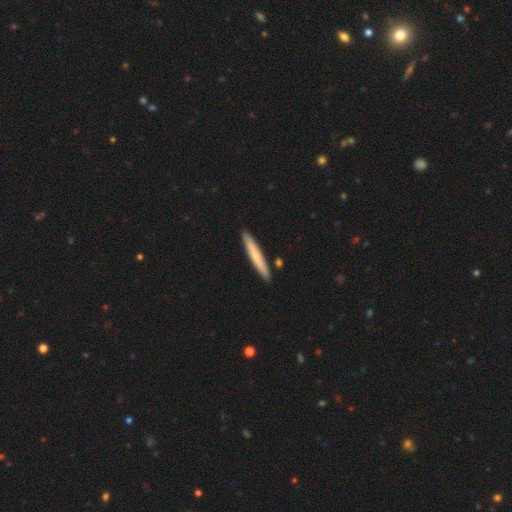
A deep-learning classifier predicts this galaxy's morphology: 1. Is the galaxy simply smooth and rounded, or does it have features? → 68% smooth, 27% featured or disk, 5% star or artifact.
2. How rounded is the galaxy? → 95% cigar-shaped, 3% in between, 1% round.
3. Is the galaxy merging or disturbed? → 89% none, 7% minor disturbance, 2% merger, 1% major disturbance.